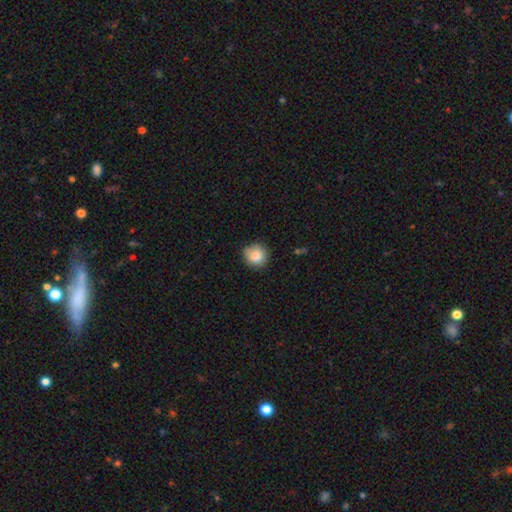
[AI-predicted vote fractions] A smooth galaxy with no disk features (85%) that is round (88%). Merging: none (77%).